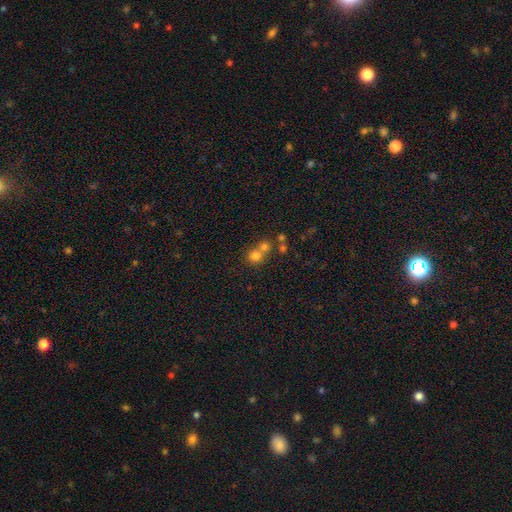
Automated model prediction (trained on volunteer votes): Smooth or featured? smooth (73%)
How rounded? round (84%)
Merging? merger (49%)